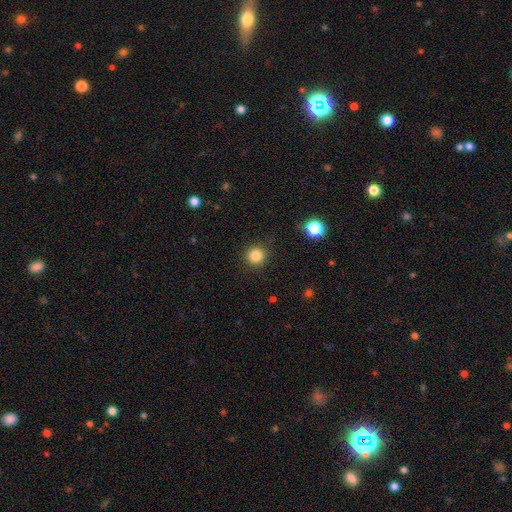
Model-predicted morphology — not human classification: Q: Smooth or featured?
A: smooth (84%); runner-up: star or artifact (12%)
Q: How rounded?
A: round (94%); runner-up: in between (5%)
Q: Merging?
A: none (90%); runner-up: minor disturbance (7%)